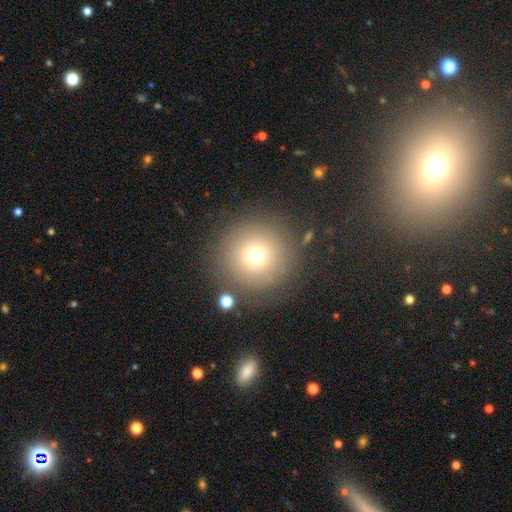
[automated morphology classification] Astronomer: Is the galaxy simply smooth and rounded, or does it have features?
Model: smooth — 70%.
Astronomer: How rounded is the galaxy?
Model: round — 96%.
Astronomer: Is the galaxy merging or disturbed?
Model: none — 83%.